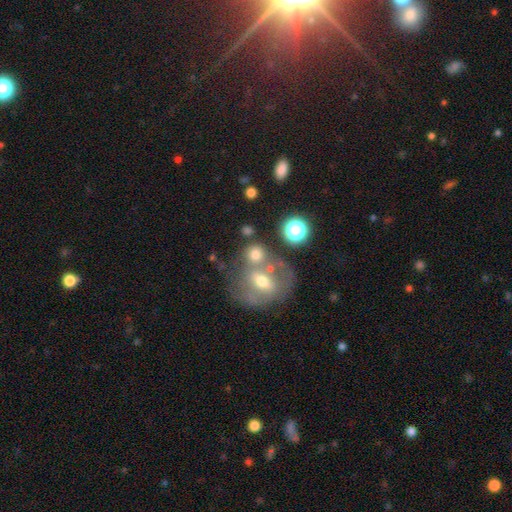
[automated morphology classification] Smooth or featured? smooth (46%)
Merging? none (41%)